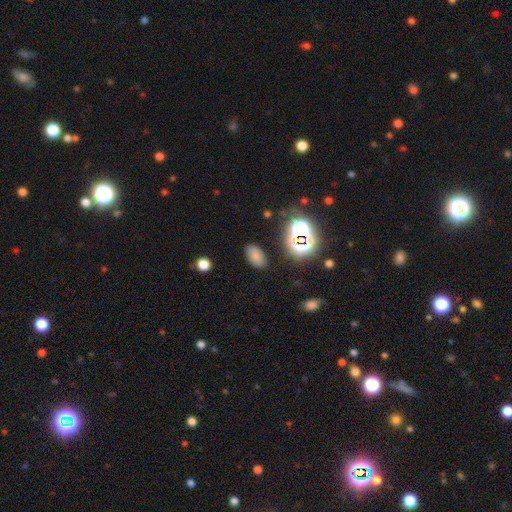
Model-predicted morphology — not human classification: Smooth or featured? smooth (72%)
How rounded? in between (91%)
Merging? none (85%)